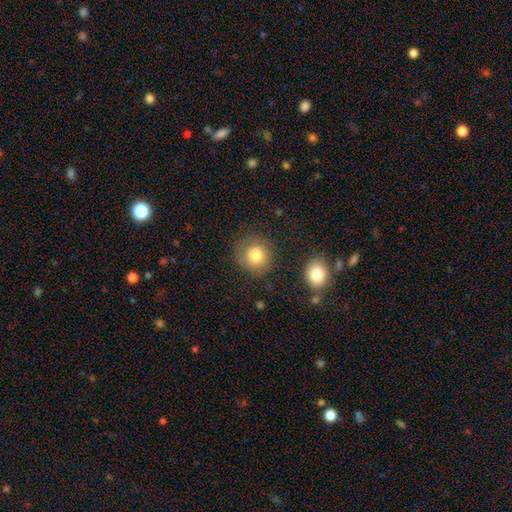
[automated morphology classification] Overall: smooth (81%). How rounded: round (88%). Merging: none (78%).